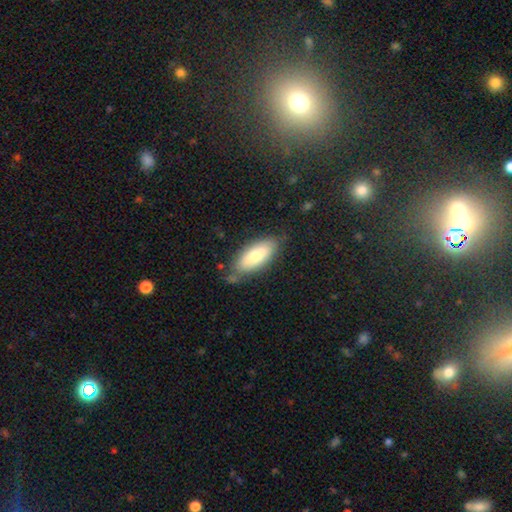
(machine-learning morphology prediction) Smooth or featured? Predicted: smooth (p=0.74). How rounded? Predicted: in between (p=0.80). Merging? Predicted: none (p=0.74).